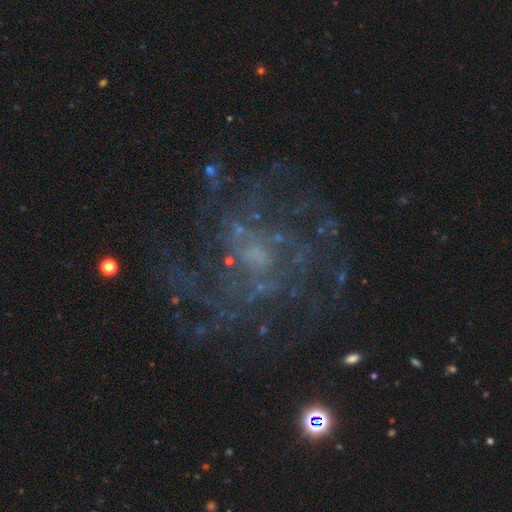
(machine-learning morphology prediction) Smooth or featured: featured or disk — 75% (star or artifact — 17%)
Edge-on disk: no — 98% (yes — 2%)
Bar: no — 70% (weak — 25%)
Spiral arms: yes — 79% (no — 21%)
Spiral winding: medium — 38% (tied with tight — 38%)
Spiral arm count: can't tell — 48% (more than 4 — 14%)
Bulge size: small — 45% (none — 30%)
Merging: none — 65% (major disturbance — 19%)